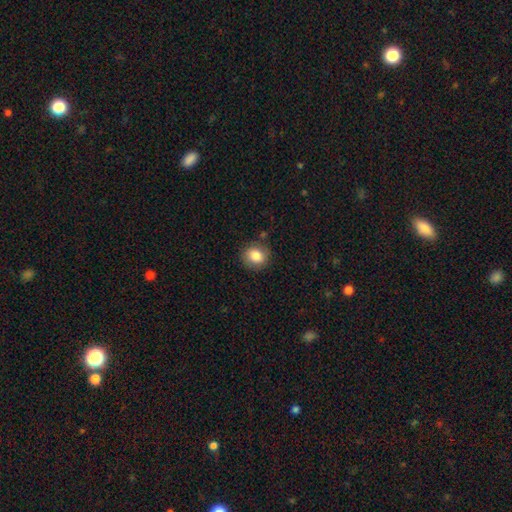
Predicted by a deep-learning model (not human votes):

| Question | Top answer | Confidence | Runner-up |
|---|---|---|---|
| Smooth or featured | smooth | 84% | star or artifact (9%) |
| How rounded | round | 73% | in between (26%) |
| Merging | none | 85% | minor disturbance (10%) |